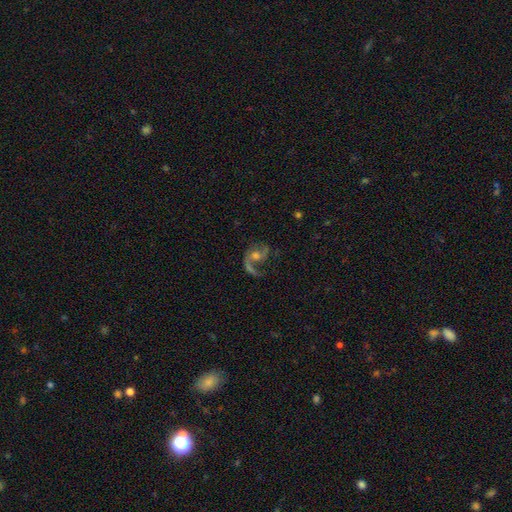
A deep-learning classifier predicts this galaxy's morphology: This appears to be a featured or disk galaxy (85%) with no bar (59%), 2 (77%) loose (46%) spiral arms (95%) and a moderate central bulge (60%). Merging: none (60%).